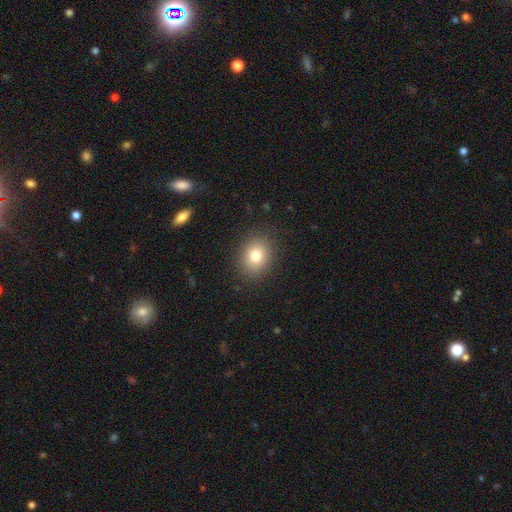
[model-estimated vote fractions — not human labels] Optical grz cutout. It shows a smooth galaxy with no disk features (79%) that is round (53%). Merging: none (88%).